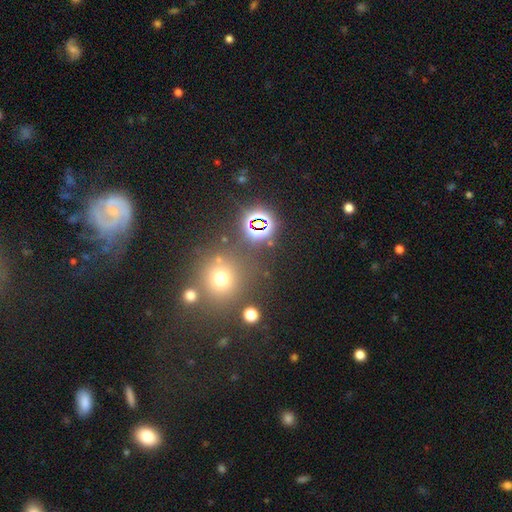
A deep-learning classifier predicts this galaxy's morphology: A star or artifact, not a galaxy (50%).